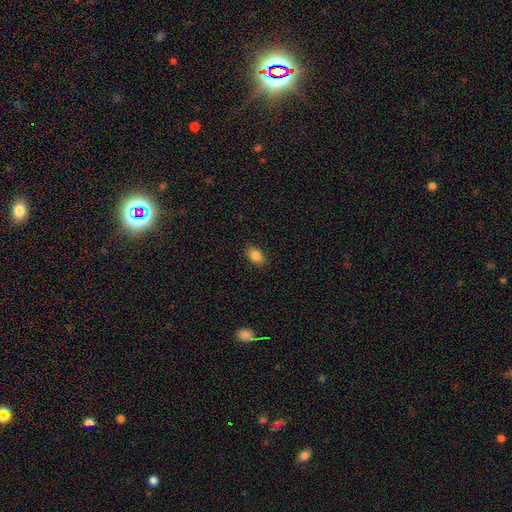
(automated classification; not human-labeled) Smooth or featured? Predicted: smooth (p=0.86). How rounded? Predicted: in between (p=0.85). Merging? Predicted: none (p=0.88).